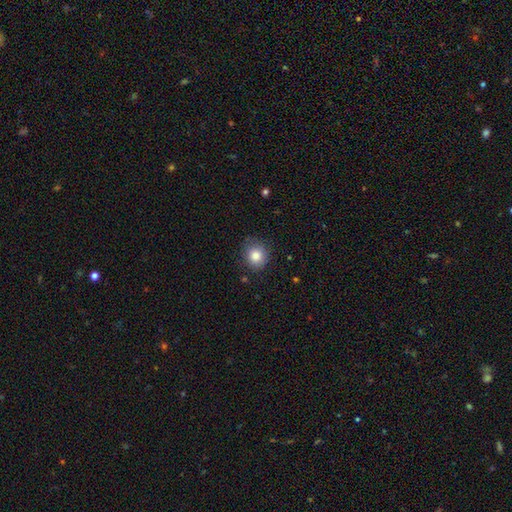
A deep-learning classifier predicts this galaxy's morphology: Overall: smooth (81%). How rounded: round (84%). Merging: none (84%).